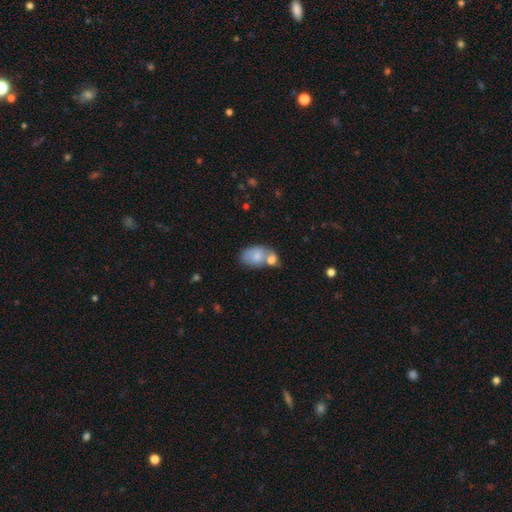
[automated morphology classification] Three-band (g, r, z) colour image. It shows a smooth galaxy with no disk features (76%) that is in between round and cigar-shaped (86%). Merging: merger (49%).